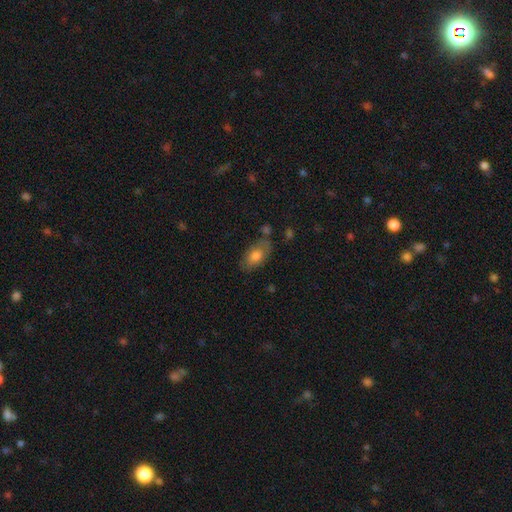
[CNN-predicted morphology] Overall: smooth (75%). How rounded: in between (92%). Merging: none (70%).